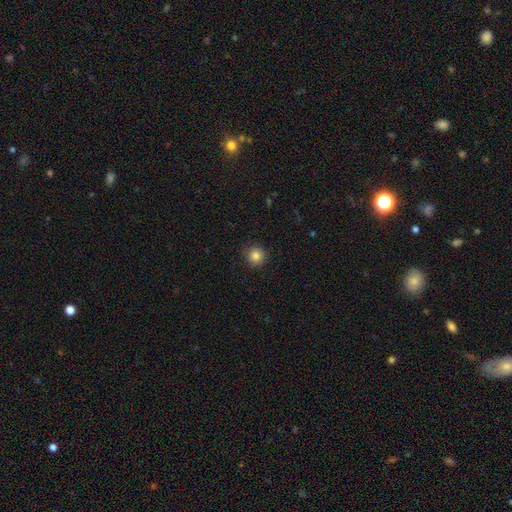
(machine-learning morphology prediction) Smooth or featured?
  - smooth: 84% *
  - star or artifact: 11%
  - featured or disk: 5%
How rounded?
  - round: 94% *
  - in between: 5%
  - cigar-shaped: 1%
Merging?
  - none: 91% *
  - minor disturbance: 6%
  - major disturbance: 2%
  - merger: 1%